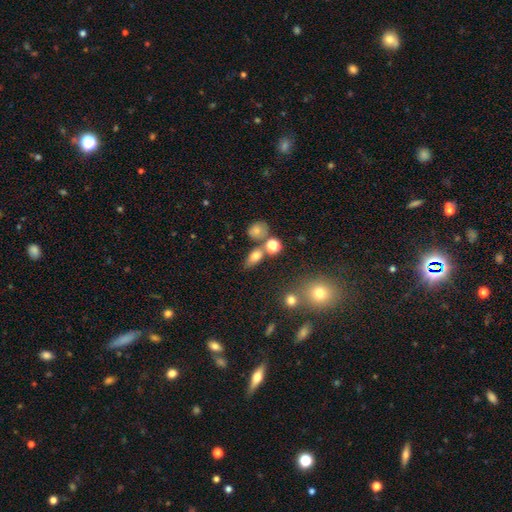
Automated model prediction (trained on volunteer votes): smooth_or_featured: smooth (p=0.71) [alt: featured or disk p=0.15]
how_rounded: in between (p=0.71) [alt: round p=0.19]
merging: none (p=0.59) [alt: merger p=0.22]